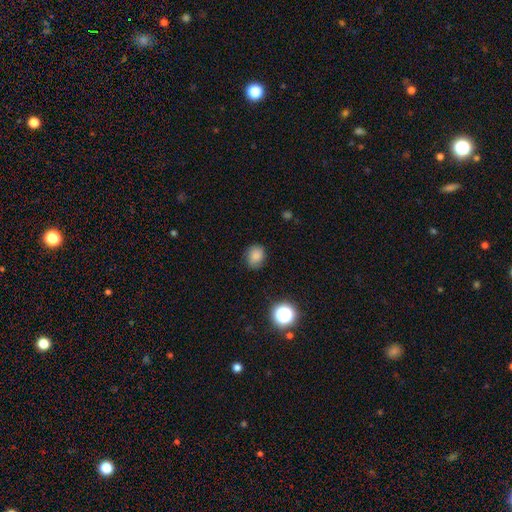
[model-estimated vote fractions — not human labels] smooth-or-featured: smooth: 82% | star or artifact: 12% | featured or disk: 5%
  how-rounded: round: 68% | in between: 31% | cigar-shaped: 1%
  merging: none: 79% | minor disturbance: 16% | major disturbance: 3% | merger: 1%